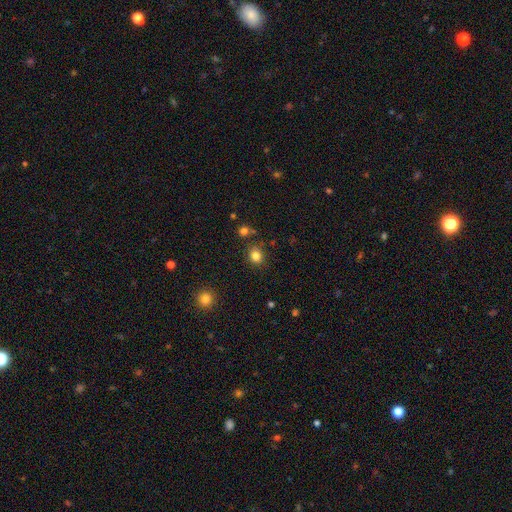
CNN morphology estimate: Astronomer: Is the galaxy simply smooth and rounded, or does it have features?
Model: smooth — 82%.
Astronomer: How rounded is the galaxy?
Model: round — 72%.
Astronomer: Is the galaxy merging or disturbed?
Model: none — 83%.